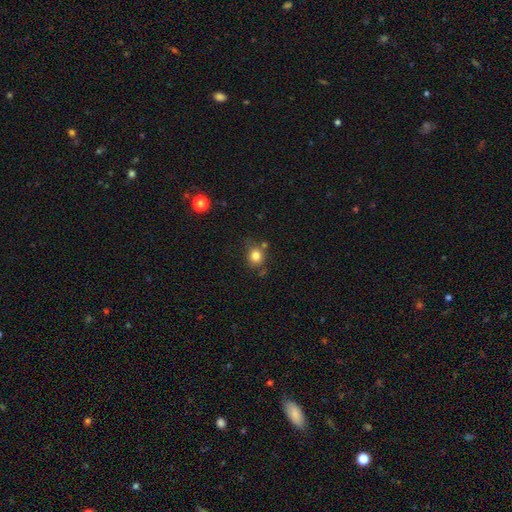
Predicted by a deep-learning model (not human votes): Morphology: type=smooth (81%); roundness=round (80%); merging=none (69%).